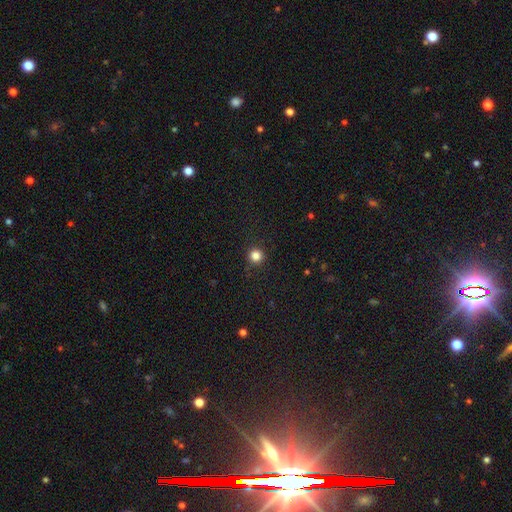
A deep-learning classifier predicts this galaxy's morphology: This appears to be a smooth galaxy with no disk features (83%) that is round (94%). Merging: none (90%).